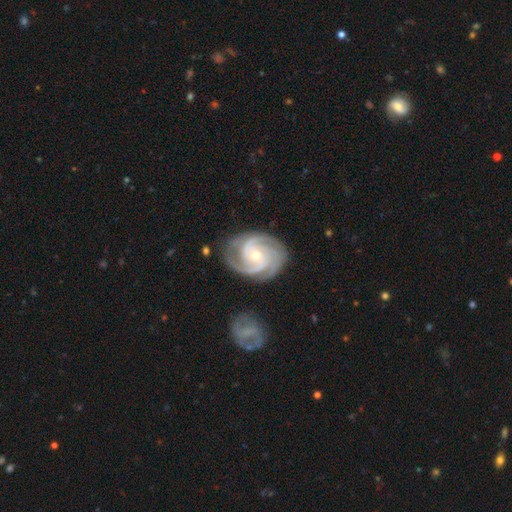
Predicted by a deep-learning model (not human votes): A featured or disk galaxy (92%) with no bar (63%), 3 (56%) tight (62%) spiral arms (99%) and a small central bulge (56%).

Vote fractions:
- Smooth or featured? featured or disk: 92% / star or artifact: 4% / smooth: 4%
- Edge-on disk? no: 98% / yes: 2%
- Bar? no: 63% / weak: 28% / strong: 9%
- Spiral arms? yes: 99% / no: 1%
- Spiral winding? tight: 62% / medium: 34% / loose: 4%
- Spiral arm count? 3: 56% / 4: 18% / 2: 10% / can't tell: 7% / more than 4: 4% / 1: 4%
- Bulge size? small: 56% / moderate: 41% / large: 1% / none: 1% / dominant: 1%
- Merging? none: 79% / minor disturbance: 15% / major disturbance: 4% / merger: 2%